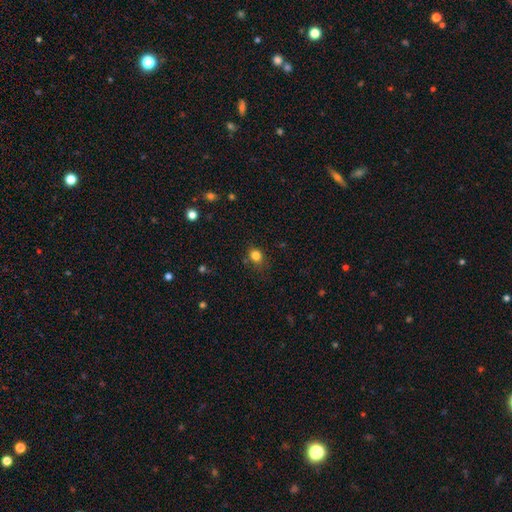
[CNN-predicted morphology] This is clearly a smooth galaxy (82%). How rounded: likely round (63%). Merging: likely none (73%).